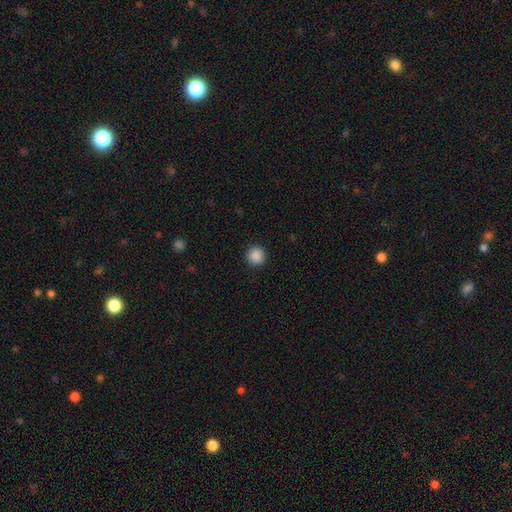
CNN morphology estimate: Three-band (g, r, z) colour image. It shows a smooth galaxy with no disk features (89%) that is round (95%). Merging: none (92%).